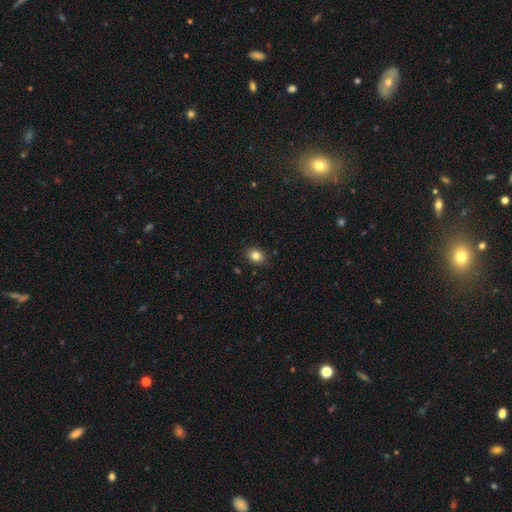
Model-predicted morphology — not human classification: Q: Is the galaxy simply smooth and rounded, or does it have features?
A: smooth — 82%.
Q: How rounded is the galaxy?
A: round — 56%.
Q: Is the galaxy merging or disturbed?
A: none — 88%.